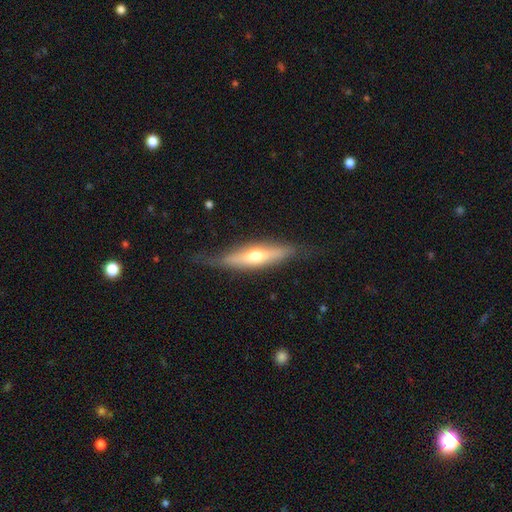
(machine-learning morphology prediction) Overall: featured or disk (54%; smooth 40%). Edge-on disk: yes (86%). Merging: none (74%).